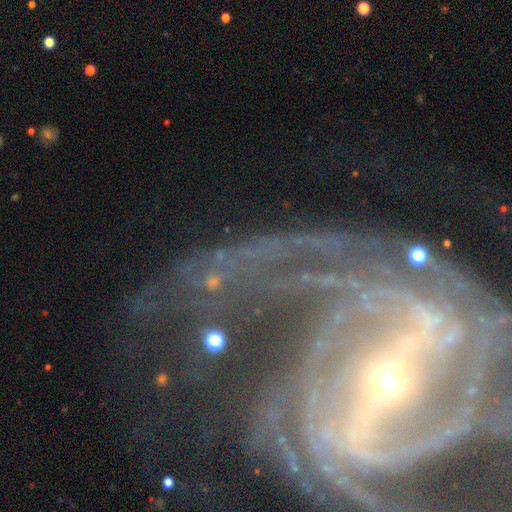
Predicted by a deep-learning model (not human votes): Smooth or featured: featured or disk — 80% (star or artifact — 12%)
Edge-on disk: no — 94% (yes — 6%)
Bar: strong — 48% (weak — 26%)
Spiral arms: yes — 94% (no — 6%)
Spiral winding: tight — 53% (medium — 33%)
Spiral arm count: 2 — 29% (can't tell — 23%)
Bulge size: small — 69% (moderate — 24%)
Merging: none — 63% (major disturbance — 18%)